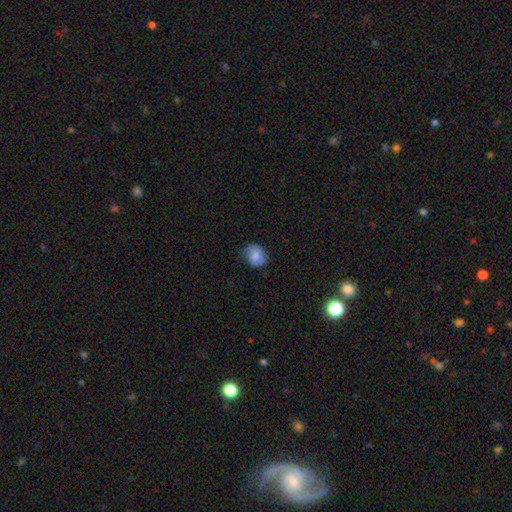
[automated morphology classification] Smooth or featured?
  - smooth: 68% *
  - featured or disk: 23%
  - star or artifact: 9%
How rounded?
  - round: 66% *
  - in between: 33%
  - cigar-shaped: 1%
Merging?
  - none: 68% *
  - minor disturbance: 23%
  - major disturbance: 7%
  - merger: 1%